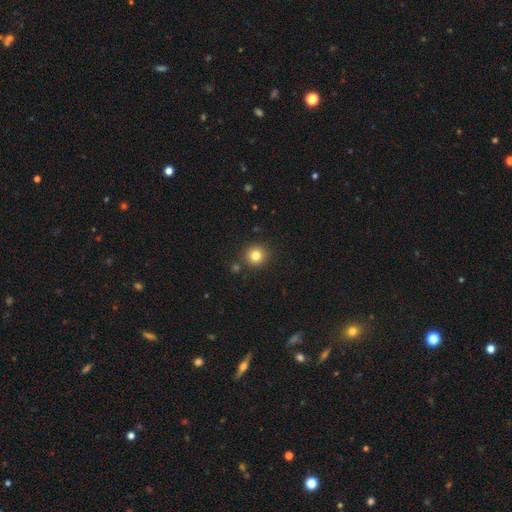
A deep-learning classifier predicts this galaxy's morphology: smooth 81%, star or artifact 12%, featured or disk 7%. Down the decision tree: how rounded — round (92%); merging — none (87%).